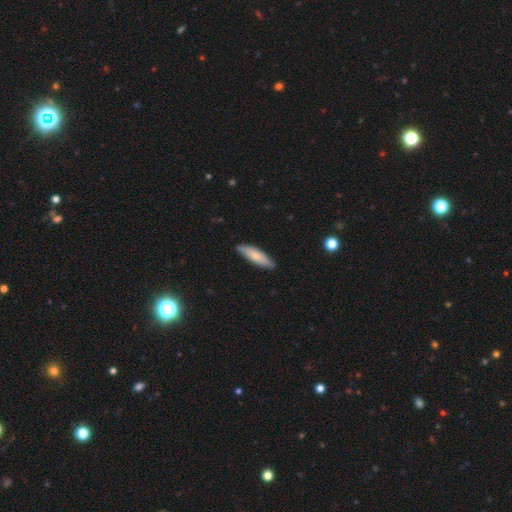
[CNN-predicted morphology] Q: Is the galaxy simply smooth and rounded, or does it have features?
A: smooth — 71%.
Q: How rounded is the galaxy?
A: cigar-shaped — 66%.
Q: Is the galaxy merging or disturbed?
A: none — 85%.